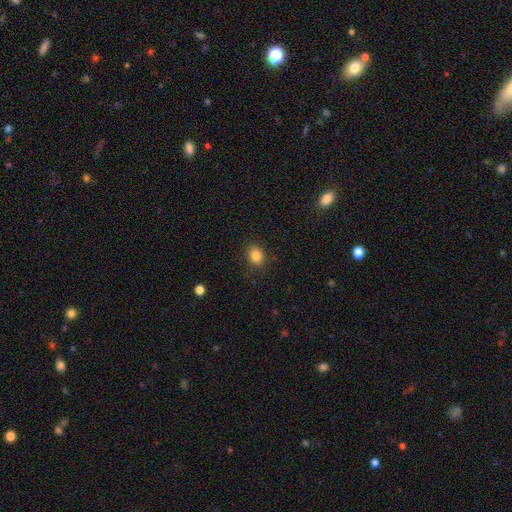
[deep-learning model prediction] smooth_or_featured: smooth (p=0.84) [alt: star or artifact p=0.10]
how_rounded: in between (p=0.54) [alt: round p=0.45]
merging: none (p=0.87) [alt: minor disturbance p=0.10]